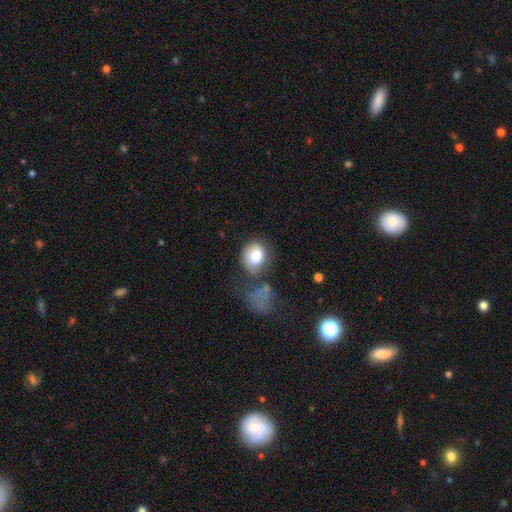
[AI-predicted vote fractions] smooth_or_featured: smooth (p=0.80) [alt: featured or disk p=0.12]
how_rounded: round (p=0.59) [alt: in between p=0.40]
merging: none (p=0.43) [alt: minor disturbance p=0.24]